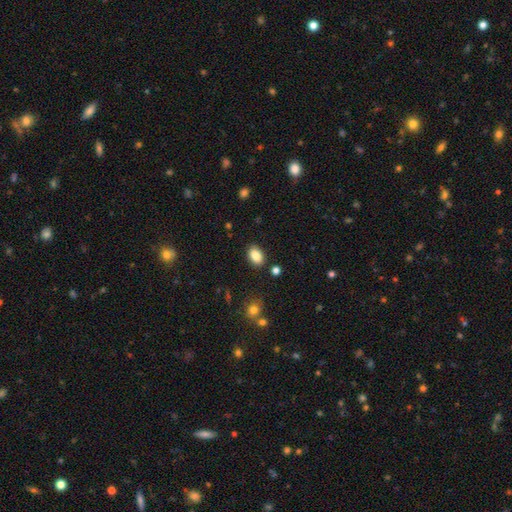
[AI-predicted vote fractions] The model was most divided on "how rounded": in between: 87%, round: 12%, cigar-shaped: 1%. More confident: smooth or featured — smooth (87%); merging — none (86%).